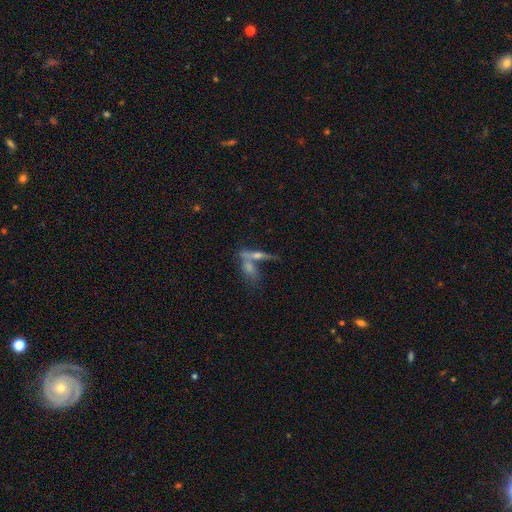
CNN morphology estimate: This appears to be a featured or disk galaxy (52%) viewed edge-on (80%). Merging: none (44%).